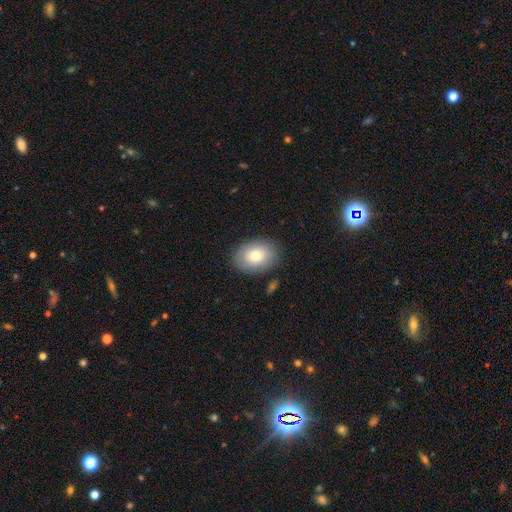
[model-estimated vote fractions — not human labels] smooth 77%, featured or disk 15%, star or artifact 8%. Down the decision tree: how rounded — in between (74%); merging — none (85%).